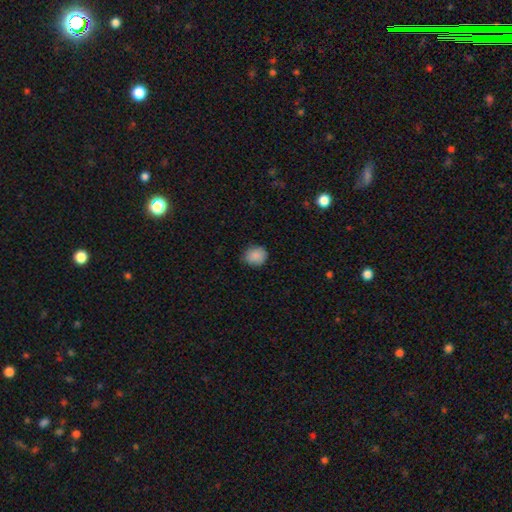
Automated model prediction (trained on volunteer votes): The model was most divided on "how rounded": round: 68%, in between: 31%, cigar-shaped: 1%. More confident: smooth or featured — smooth (88%); merging — none (81%).